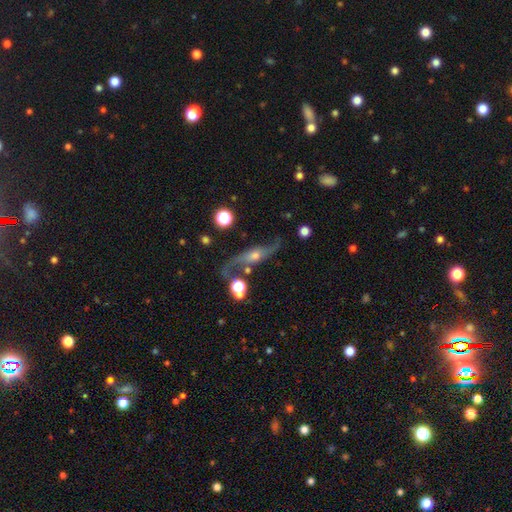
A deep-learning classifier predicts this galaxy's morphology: smooth_or_featured: featured or disk (p=0.84) [alt: smooth p=0.09]
disk_edge_on: no (p=0.81) [alt: yes p=0.19]
bar: no (p=0.64) [alt: weak p=0.26]
has_spiral_arms: yes (p=0.94) [alt: no p=0.06]
spiral_winding: loose (p=0.86) [alt: medium p=0.10]
spiral_arm_count: 2 (p=0.93) [alt: 1 p=0.02]
bulge_size: moderate (p=0.52) [alt: small p=0.34]
merging: none (p=0.68) [alt: minor disturbance p=0.16]